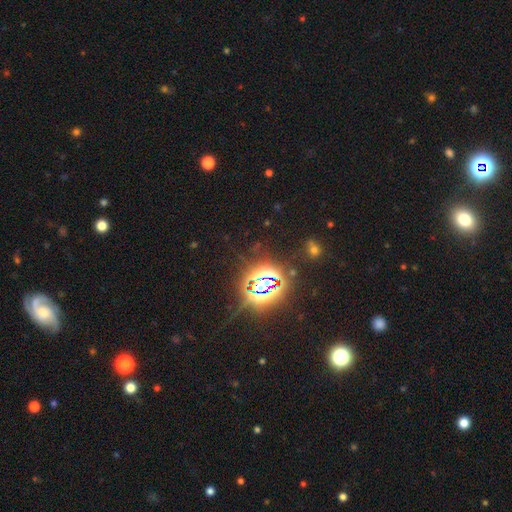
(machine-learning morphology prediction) This is clearly a star or artifact rather than a galaxy (81%).